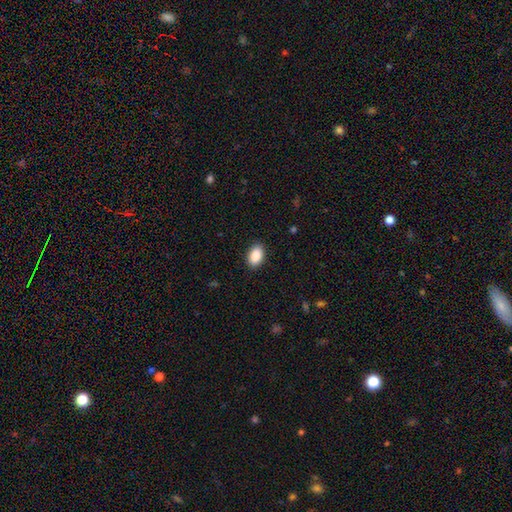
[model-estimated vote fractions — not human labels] Overall: smooth (89%). How rounded: in between (91%). Merging: none (89%).